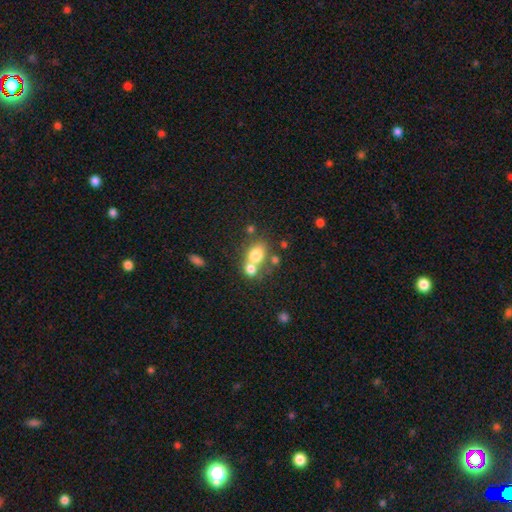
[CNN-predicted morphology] Overall: smooth (73%). How rounded: round (50%; in between 48%). Merging: merger (50%; none 36%).